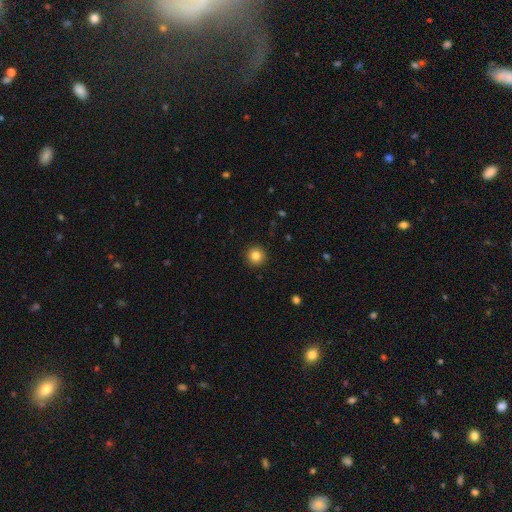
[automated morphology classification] Overall: smooth (84%). How rounded: round (95%). Merging: none (93%).